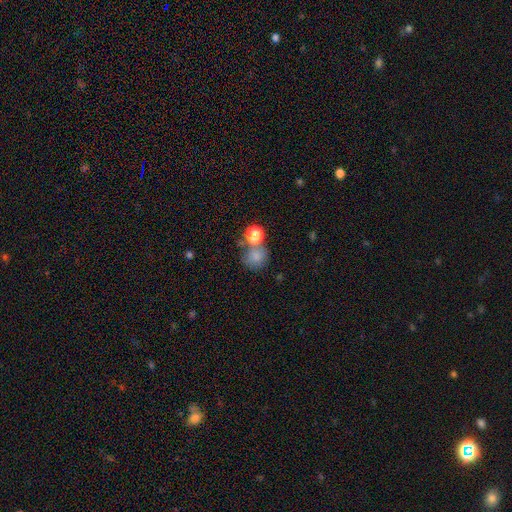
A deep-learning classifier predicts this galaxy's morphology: Smooth or featured: smooth — 77% (star or artifact — 13%)
How rounded: round — 82% (in between — 17%)
Merging: none — 50% (merger — 29%)